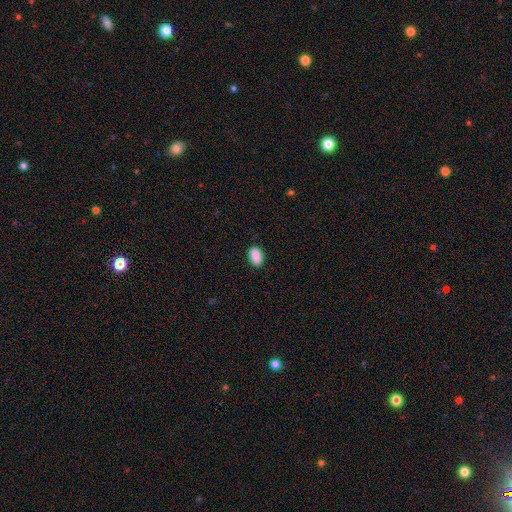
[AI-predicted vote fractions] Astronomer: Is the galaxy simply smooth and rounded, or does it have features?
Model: smooth — 88%.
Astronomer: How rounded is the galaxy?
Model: in between — 90%.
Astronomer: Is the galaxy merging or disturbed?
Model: none — 82%.